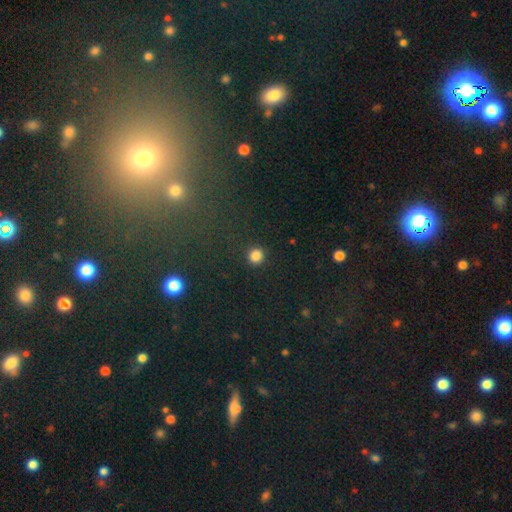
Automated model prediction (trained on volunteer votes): Smooth or featured: smooth — 84% (star or artifact — 13%)
How rounded: round — 95% (in between — 4%)
Merging: none — 92% (minor disturbance — 5%)